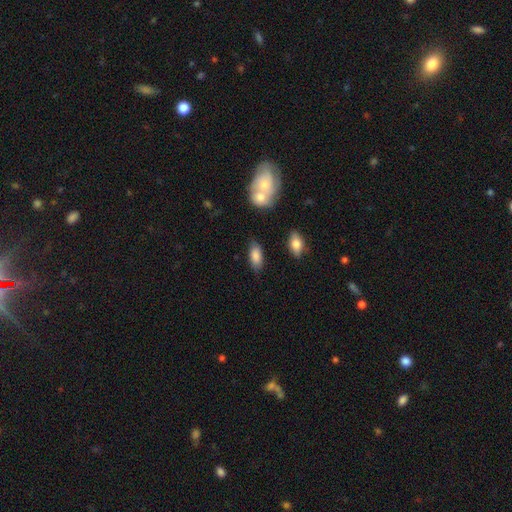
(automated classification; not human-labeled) Morphology: type=smooth (84%); roundness=in between (88%); merging=none (78%).